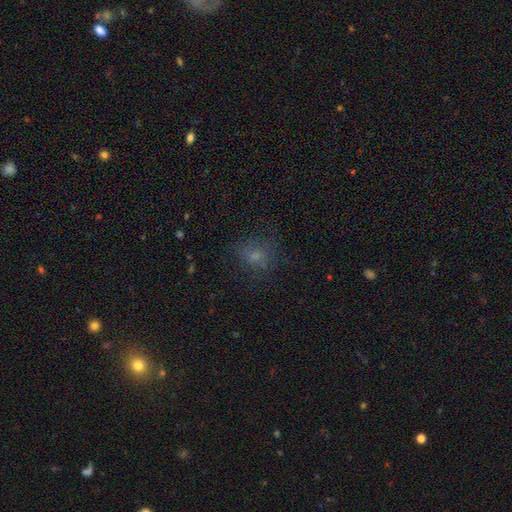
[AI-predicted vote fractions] smooth-or-featured: smooth: 61% | star or artifact: 23% | featured or disk: 16%
  how-rounded: round: 65% | in between: 34% | cigar-shaped: 1%
  merging: none: 66% | minor disturbance: 18% | major disturbance: 13% | merger: 3%